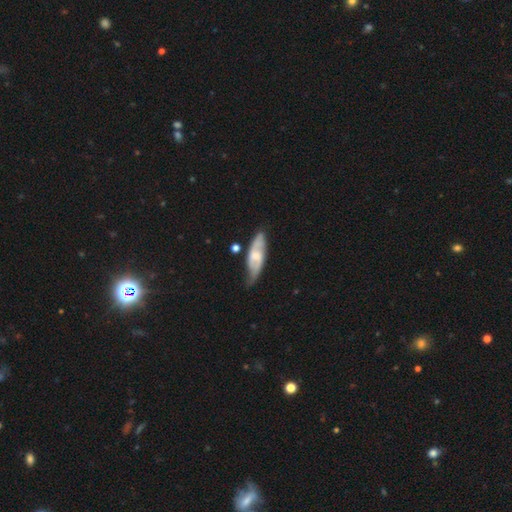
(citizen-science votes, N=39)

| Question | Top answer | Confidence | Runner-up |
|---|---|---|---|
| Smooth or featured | featured or disk | 56% | smooth (41%) |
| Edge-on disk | no | 64% | yes (36%) |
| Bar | no | 71% | weak (29%) |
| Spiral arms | yes | 79% | no (21%) |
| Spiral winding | medium | 45% | tight (27%) |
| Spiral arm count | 2 | 82% | can't tell (18%) |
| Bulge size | small | 57% | moderate (43%) |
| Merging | none | 58% | minor disturbance (29%) |